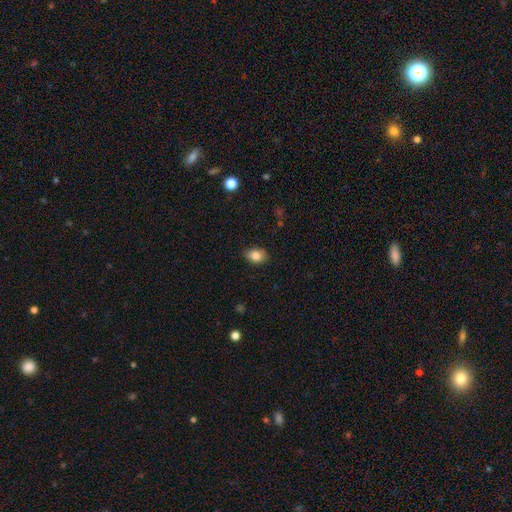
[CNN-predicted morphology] Smooth or featured?
  - smooth: 83% *
  - star or artifact: 8%
  - featured or disk: 8%
How rounded?
  - in between: 79% *
  - round: 20%
  - cigar-shaped: 1%
Merging?
  - none: 84% *
  - minor disturbance: 13%
  - major disturbance: 2%
  - merger: 1%